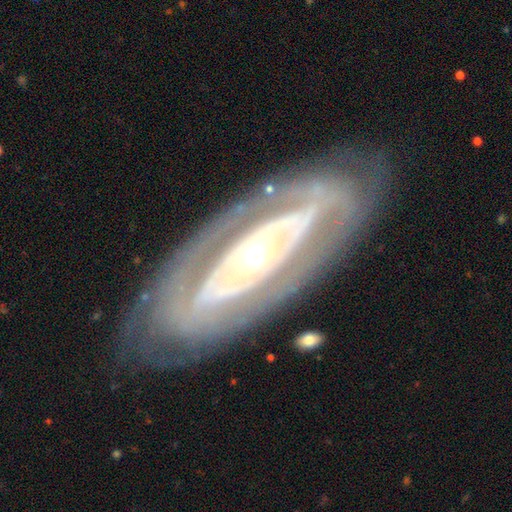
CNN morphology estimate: This is clearly a featured or disk galaxy (84%). It is clearly not viewed edge-on (87%). Bar: likely no (62%). Spiral arm pattern: likely yes (65%). Central bulge: possibly moderate (49%). Merging: clearly none (81%).